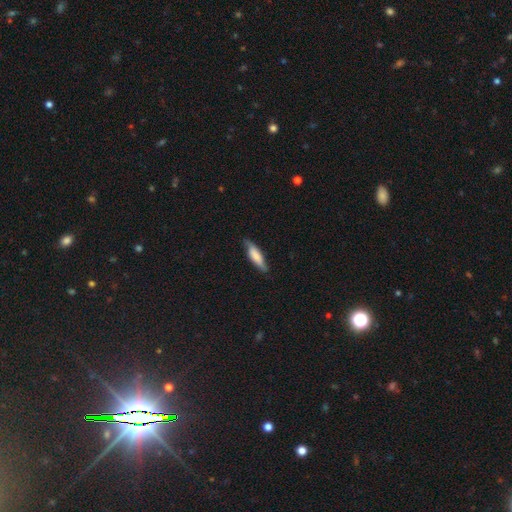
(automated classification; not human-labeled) Smooth or featured: smooth — 70% (featured or disk — 24%)
How rounded: cigar-shaped — 65% (in between — 34%)
Merging: none — 77% (minor disturbance — 19%)